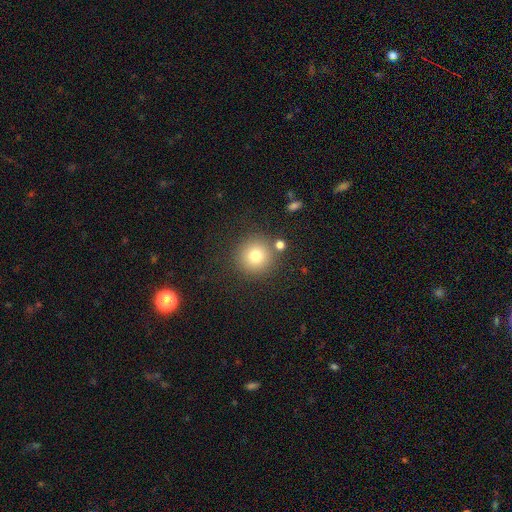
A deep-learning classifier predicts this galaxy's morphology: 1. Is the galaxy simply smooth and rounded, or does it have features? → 78% smooth, 12% star or artifact, 10% featured or disk.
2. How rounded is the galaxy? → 95% round, 4% in between, 1% cigar-shaped.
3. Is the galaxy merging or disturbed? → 82% none, 8% minor disturbance, 7% merger, 3% major disturbance.